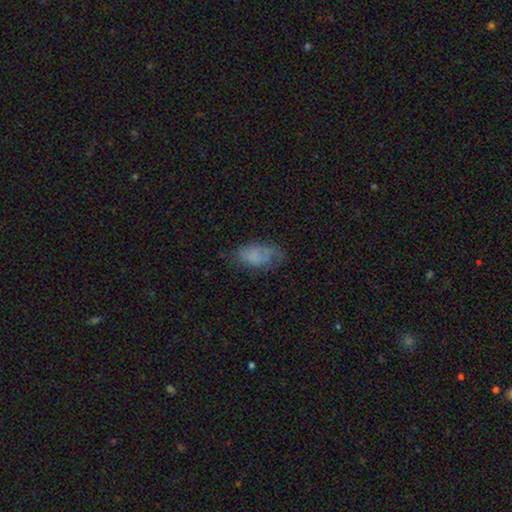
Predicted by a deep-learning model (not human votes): The model was most divided on "merging": none: 53%, minor disturbance: 30%, major disturbance: 16%, merger: 2%. More confident: how rounded — in between (92%); smooth or featured — smooth (69%).